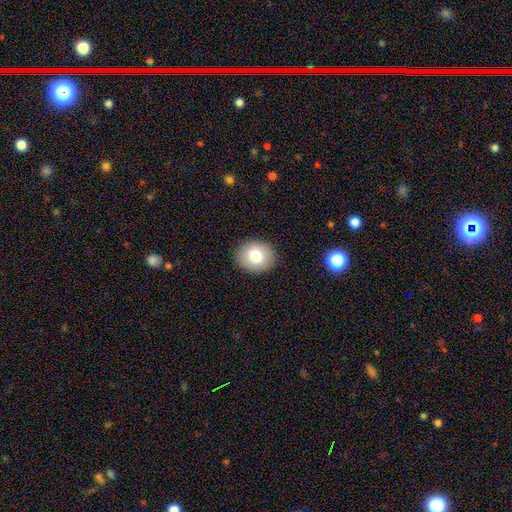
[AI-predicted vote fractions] smooth-or-featured: smooth: 77% | featured or disk: 14% | star or artifact: 9%
  how-rounded: round: 65% | in between: 34% | cigar-shaped: 1%
  merging: none: 90% | minor disturbance: 7% | major disturbance: 2% | merger: 1%